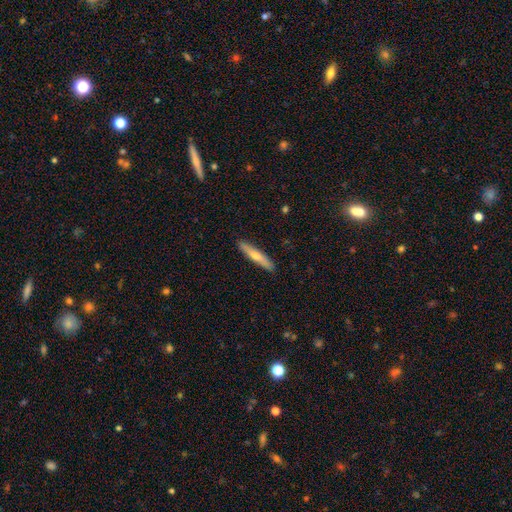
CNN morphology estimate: smooth-or-featured: smooth: 53% | featured or disk: 41% | star or artifact: 6%
  how-rounded: cigar-shaped: 91% | in between: 7% | round: 2%
  merging: none: 91% | minor disturbance: 7% | major disturbance: 1% | merger: 1%